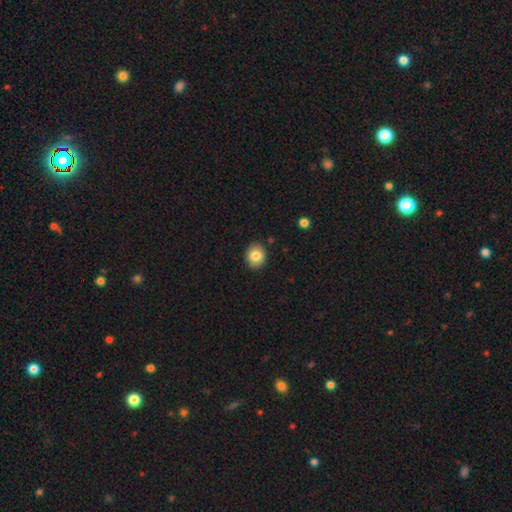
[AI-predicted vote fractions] A smooth galaxy with no disk features (83%) that is round (55%). Merging: none (88%).